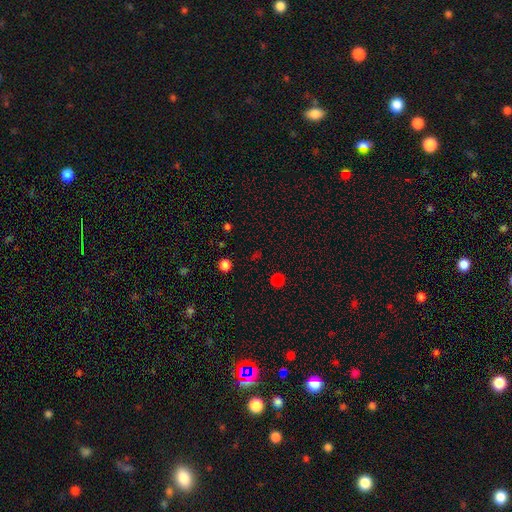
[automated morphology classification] smooth 54%, star or artifact 41%, featured or disk 5%. Down the decision tree: how rounded — round (87%); merging — none (88%).